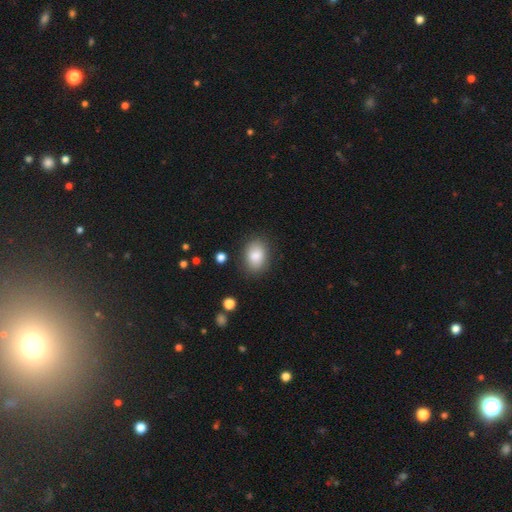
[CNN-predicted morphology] Overall: smooth (86%). How rounded: in between (76%). Merging: none (82%).